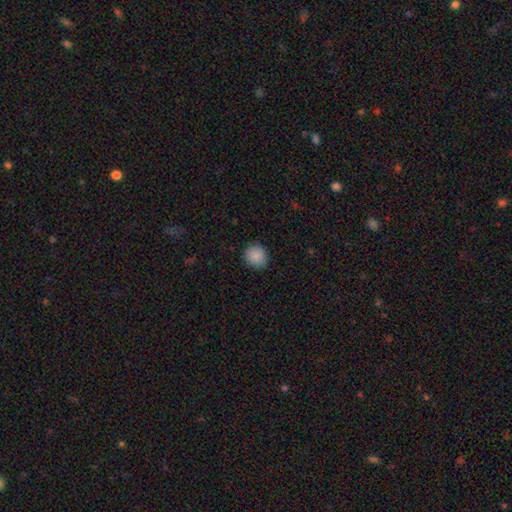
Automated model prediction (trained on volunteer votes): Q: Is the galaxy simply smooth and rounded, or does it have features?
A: smooth — 87%.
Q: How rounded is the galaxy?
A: round — 82%.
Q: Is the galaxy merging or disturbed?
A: none — 88%.